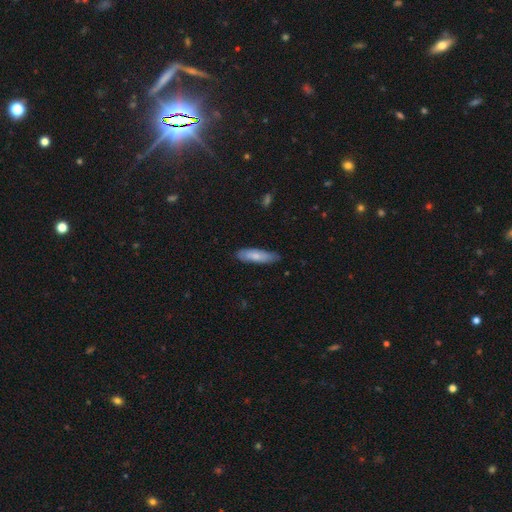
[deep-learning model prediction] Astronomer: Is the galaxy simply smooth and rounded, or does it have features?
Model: smooth — 70%.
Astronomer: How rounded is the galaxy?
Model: cigar-shaped — 57% (runner-up: in between, 41%).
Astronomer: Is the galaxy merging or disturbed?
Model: none — 74%.